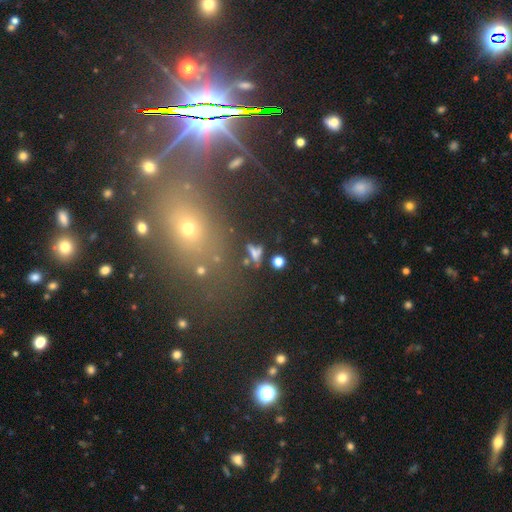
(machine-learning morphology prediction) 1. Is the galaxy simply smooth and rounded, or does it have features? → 55% smooth, 26% star or artifact, 19% featured or disk.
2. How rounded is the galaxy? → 57% in between, 22% cigar-shaped, 21% round.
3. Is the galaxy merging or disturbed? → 67% none, 14% minor disturbance, 11% merger, 9% major disturbance.